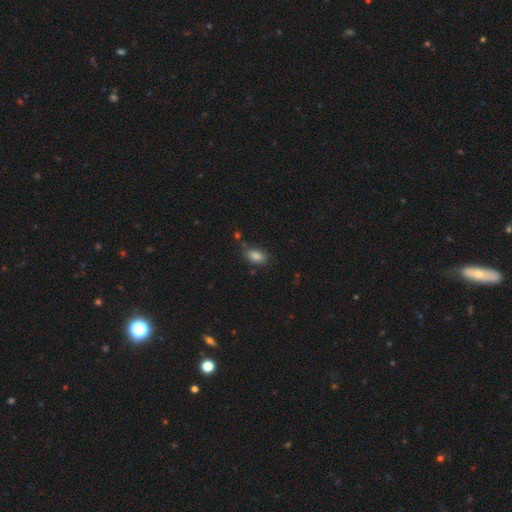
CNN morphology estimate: smooth-or-featured: smooth: 86% | star or artifact: 9% | featured or disk: 5%
  how-rounded: in between: 90% | round: 8% | cigar-shaped: 3%
  merging: none: 75% | minor disturbance: 16% | merger: 5% | major disturbance: 4%